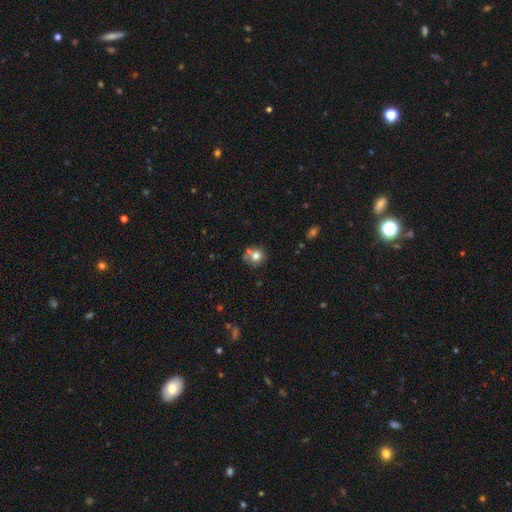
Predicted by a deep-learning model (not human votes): Overall: smooth (74%). How rounded: round (81%). Merging: none (55%; merger 23%).